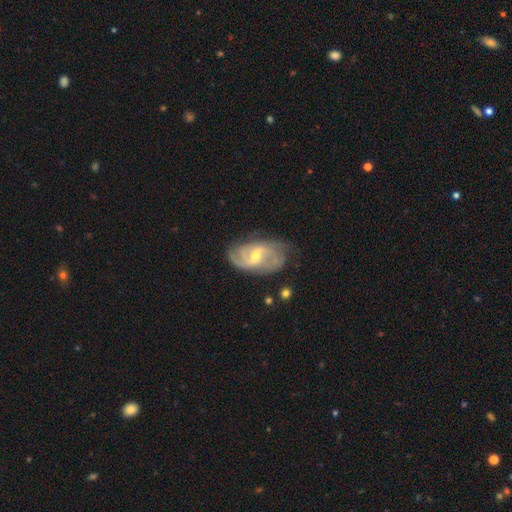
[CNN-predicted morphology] A featured or disk galaxy (86%) with a weak bar (53%), 2 (43%) medium (43%) spiral arms (96%) and a moderate central bulge (53%).

Vote fractions:
- Smooth or featured? featured or disk: 86% / smooth: 8% / star or artifact: 5%
- Edge-on disk? no: 96% / yes: 4%
- Bar? weak: 53% / no: 28% / strong: 19%
- Spiral arms? yes: 96% / no: 4%
- Spiral winding? medium: 43% / tight: 40% / loose: 17%
- Spiral arm count? 2: 43% / 3: 25% / can't tell: 18% / 4: 6% / 1: 4% / more than 4: 4%
- Bulge size? moderate: 53% / small: 44% / large: 2% / none: 1% / dominant: 1%
- Merging? none: 70% / minor disturbance: 21% / major disturbance: 7% / merger: 2%